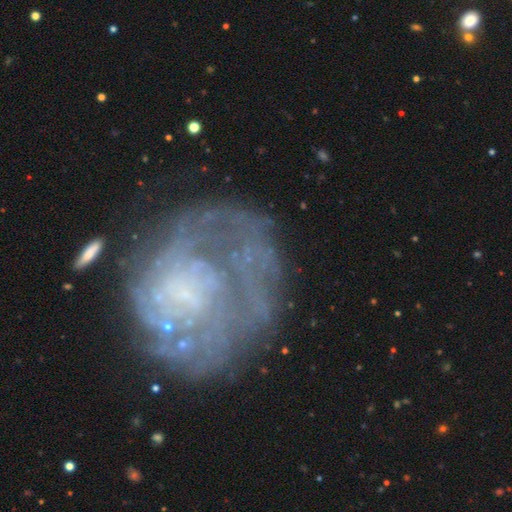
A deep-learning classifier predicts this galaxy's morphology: featured or disk 72%, smooth 17%, star or artifact 11%. Down the decision tree: edge-on disk — no (98%); bar — no (79%); spiral arms — yes (63%); bulge size — none (60%); merging — none (49%).